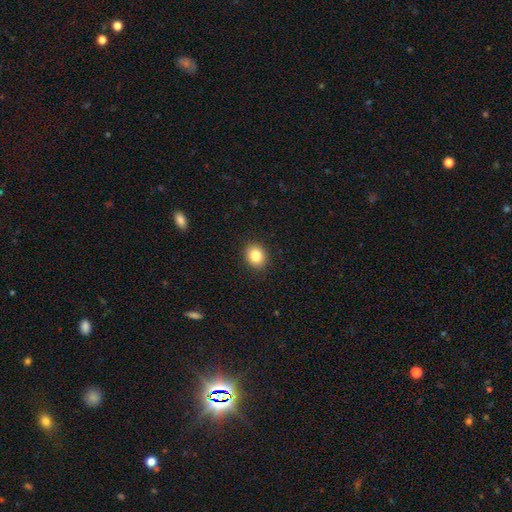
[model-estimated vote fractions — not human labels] This is clearly a smooth galaxy (84%). How rounded: likely round (62%). Merging: clearly none (91%).